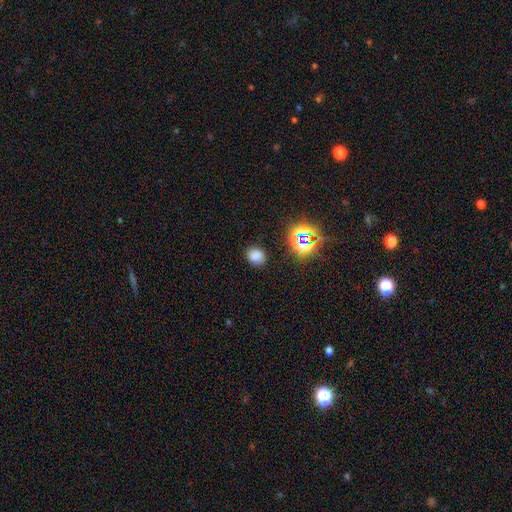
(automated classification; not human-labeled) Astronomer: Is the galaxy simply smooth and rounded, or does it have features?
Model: smooth — 74%.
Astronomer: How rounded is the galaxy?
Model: in between — 50% (runner-up: round, 49%).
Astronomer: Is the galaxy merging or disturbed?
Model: none — 85%.